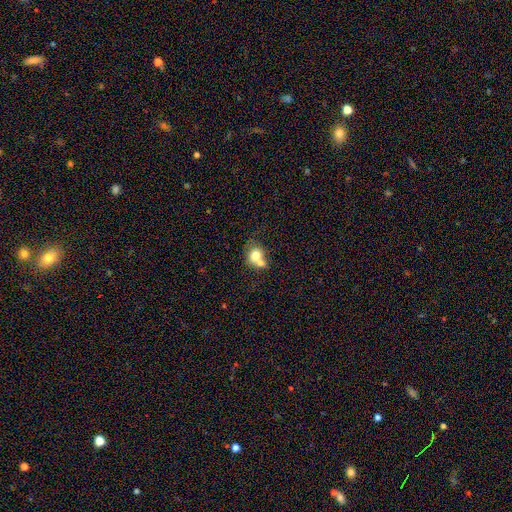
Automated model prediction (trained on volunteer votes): smooth 73%, featured or disk 18%, star or artifact 9%. Down the decision tree: how rounded — round (67%); merging — merger (59%).